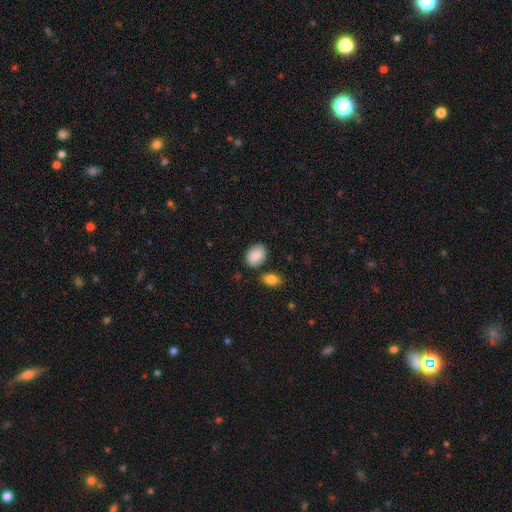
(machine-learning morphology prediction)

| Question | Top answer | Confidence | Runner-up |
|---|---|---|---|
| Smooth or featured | smooth | 84% | featured or disk (9%) |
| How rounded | in between | 74% | round (25%) |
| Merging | none | 77% | minor disturbance (13%) |